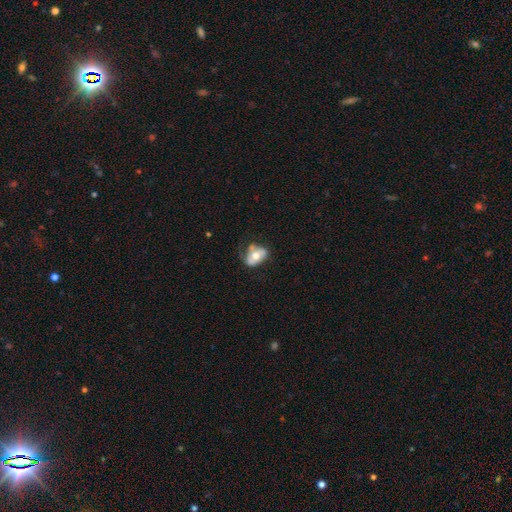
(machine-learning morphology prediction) Smooth or featured?
  - smooth: 50% *
  - featured or disk: 43%
  - star or artifact: 8%
Merging?
  - none: 39% *
  - minor disturbance: 33%
  - major disturbance: 22%
  - merger: 6%